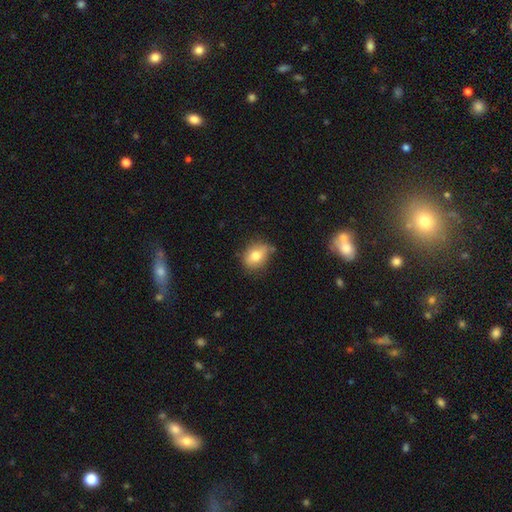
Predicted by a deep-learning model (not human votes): This is likely a smooth galaxy (76%). How rounded: possibly in between (59%). Merging: likely none (61%).